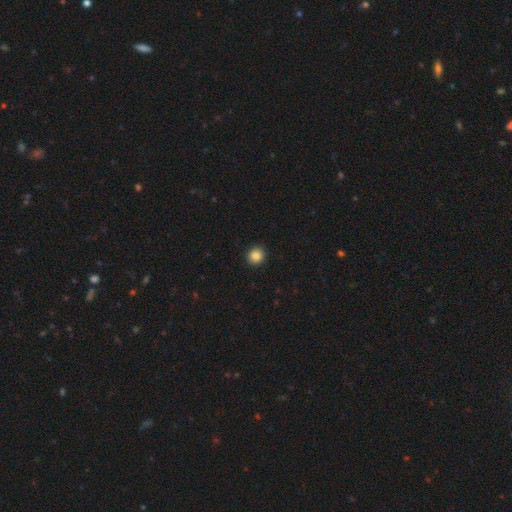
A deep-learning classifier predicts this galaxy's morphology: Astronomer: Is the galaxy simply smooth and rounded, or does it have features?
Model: smooth — 85%.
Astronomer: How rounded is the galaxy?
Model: round — 89%.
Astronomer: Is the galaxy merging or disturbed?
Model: none — 93%.